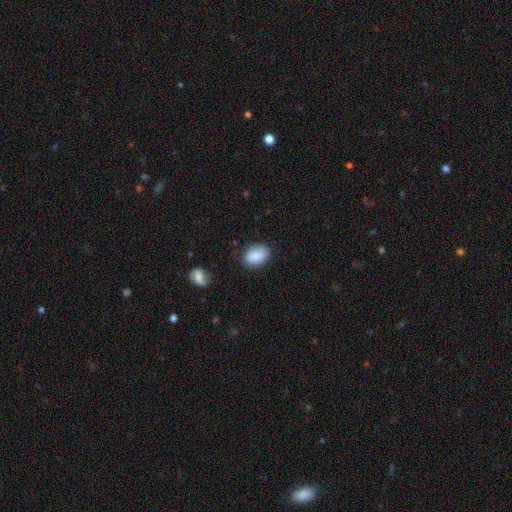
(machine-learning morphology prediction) This appears to be a smooth galaxy with no disk features (87%) that is in between round and cigar-shaped (76%). Merging: none (80%).